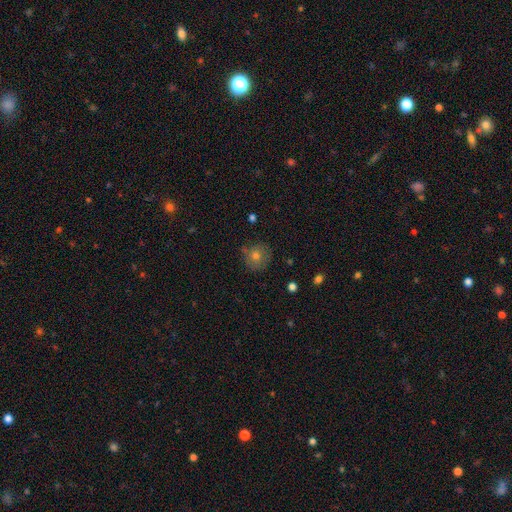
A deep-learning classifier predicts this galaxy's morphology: Overall: smooth (60%; featured or disk 24%). How rounded: round (90%). Merging: none (79%).